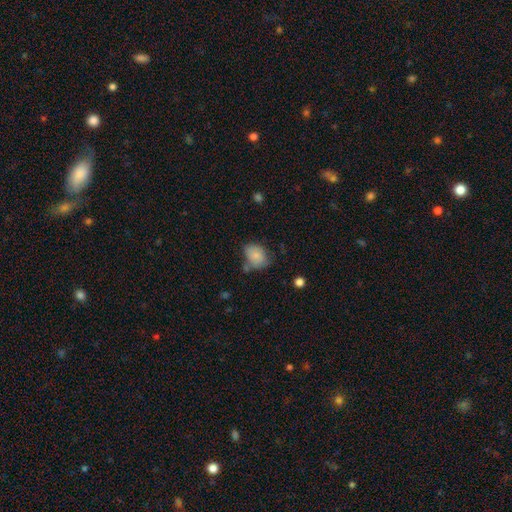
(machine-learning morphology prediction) The model was most divided on "merging": none: 52%, minor disturbance: 29%, merger: 10%, major disturbance: 9%. More confident: smooth or featured — smooth (82%); how rounded — in between (67%).